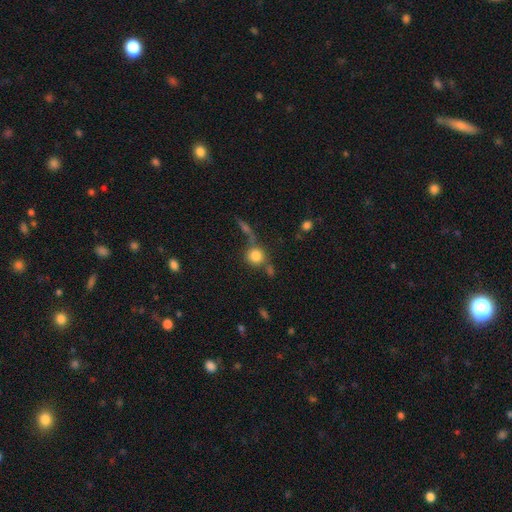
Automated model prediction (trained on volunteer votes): smooth-or-featured: smooth: 79% | star or artifact: 10% | featured or disk: 10%
  how-rounded: round: 89% | in between: 9% | cigar-shaped: 2%
  merging: none: 58% | merger: 22% | minor disturbance: 12% | major disturbance: 8%